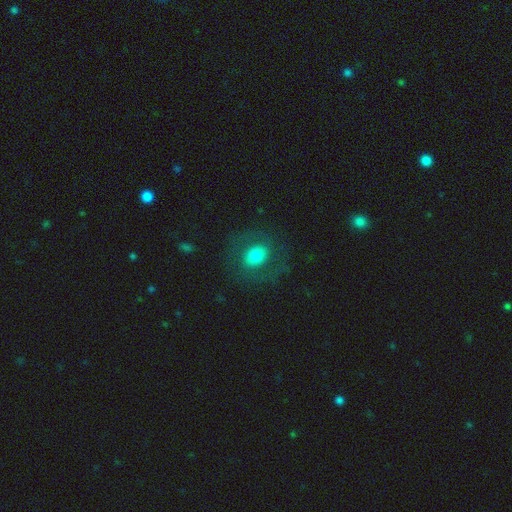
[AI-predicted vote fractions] A smooth galaxy with no disk features (59%) that is round (59%). Merging: none (73%).